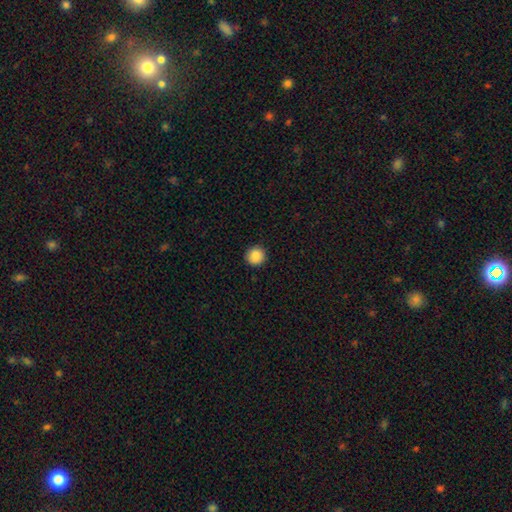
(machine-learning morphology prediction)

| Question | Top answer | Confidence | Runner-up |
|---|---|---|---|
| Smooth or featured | smooth | 87% | star or artifact (9%) |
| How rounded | round | 94% | in between (5%) |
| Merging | none | 92% | minor disturbance (6%) |